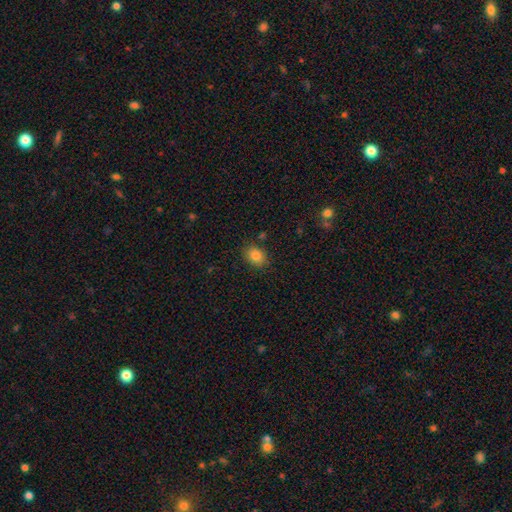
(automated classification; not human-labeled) Morphology: type=smooth (85%); roundness=in between (62%); merging=none (84%).